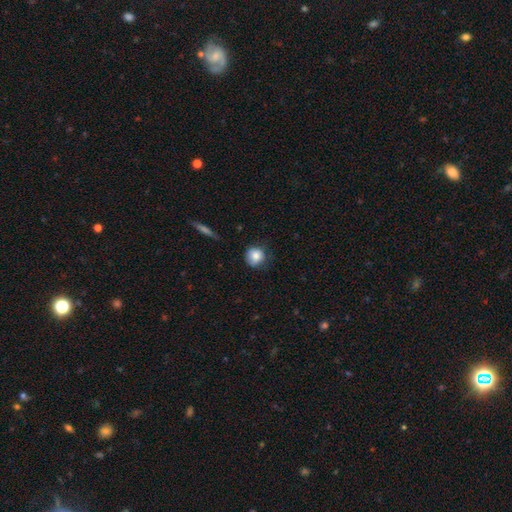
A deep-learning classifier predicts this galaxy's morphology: Overall: smooth (81%). How rounded: round (89%). Merging: none (68%).